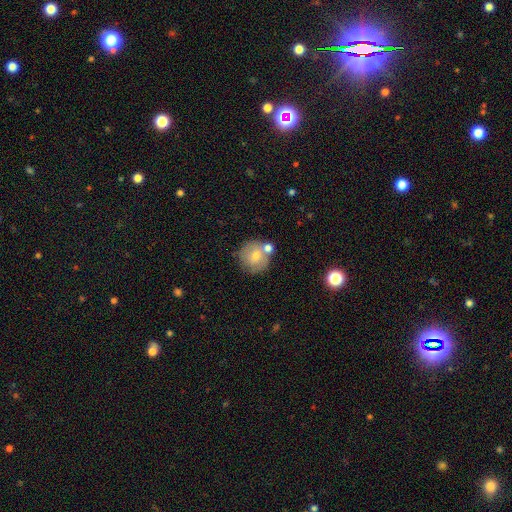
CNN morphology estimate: smooth-or-featured: smooth: 65% | featured or disk: 25% | star or artifact: 9%
  how-rounded: round: 91% | in between: 7% | cigar-shaped: 1%
  merging: none: 64% | merger: 19% | minor disturbance: 13% | major disturbance: 4%